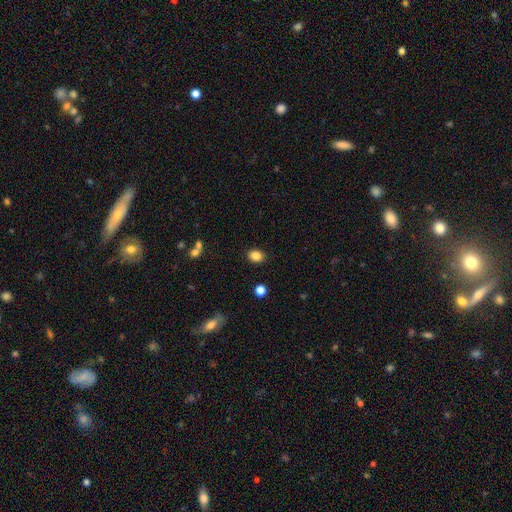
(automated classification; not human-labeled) smooth-or-featured: smooth: 86% | star or artifact: 10% | featured or disk: 4%
  how-rounded: in between: 54% | round: 45% | cigar-shaped: 1%
  merging: none: 88% | minor disturbance: 8% | major disturbance: 3% | merger: 2%